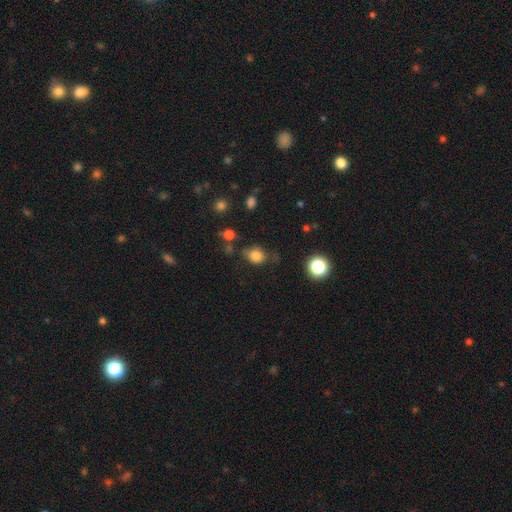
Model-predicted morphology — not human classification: Smooth or featured? Predicted: smooth (p=0.80). How rounded? Predicted: round (p=0.58). Merging? Predicted: none (p=0.61).